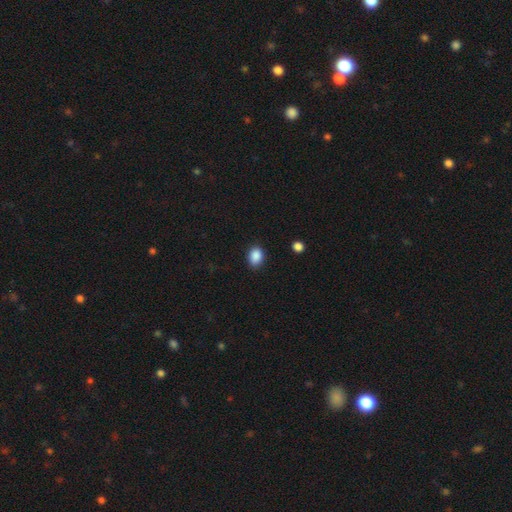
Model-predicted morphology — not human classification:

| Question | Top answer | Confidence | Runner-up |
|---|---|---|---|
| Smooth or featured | smooth | 88% | star or artifact (9%) |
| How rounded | in between | 68% | round (31%) |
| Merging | none | 87% | minor disturbance (9%) |